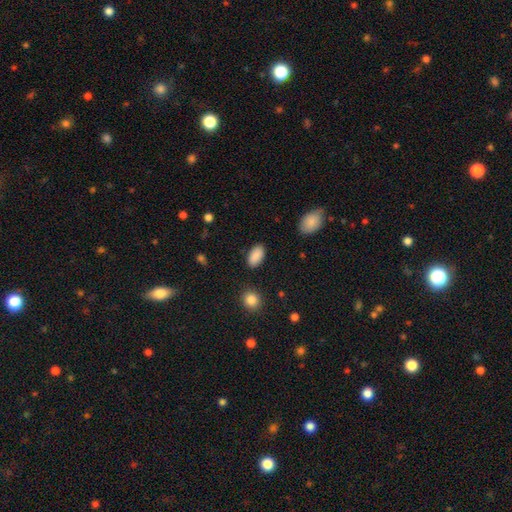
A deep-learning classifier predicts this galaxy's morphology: Q: Smooth or featured?
A: smooth (89%); runner-up: star or artifact (7%)
Q: How rounded?
A: in between (94%); runner-up: round (3%)
Q: Merging?
A: none (88%); runner-up: minor disturbance (8%)